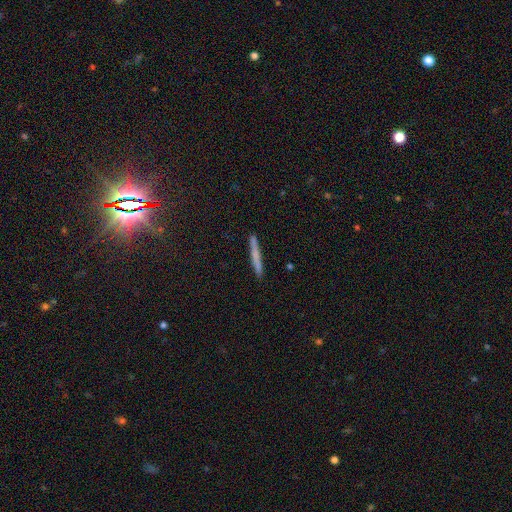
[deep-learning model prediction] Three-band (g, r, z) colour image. It shows a smooth galaxy with no disk features (61%) that is cigar-shaped (96%). Merging: none (90%).